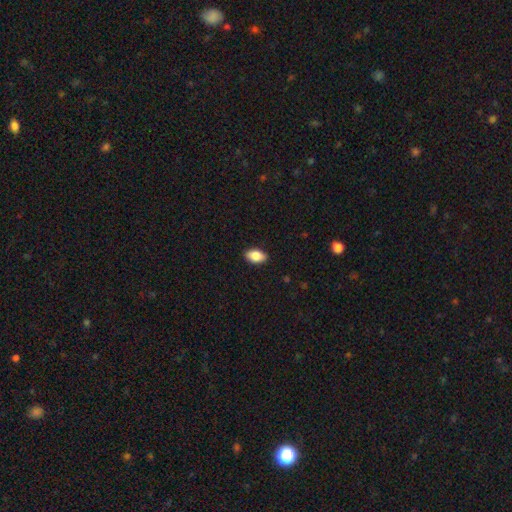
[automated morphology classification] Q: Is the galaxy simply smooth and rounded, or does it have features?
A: smooth — 87%.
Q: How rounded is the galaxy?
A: in between — 92%.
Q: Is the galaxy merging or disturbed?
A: none — 88%.